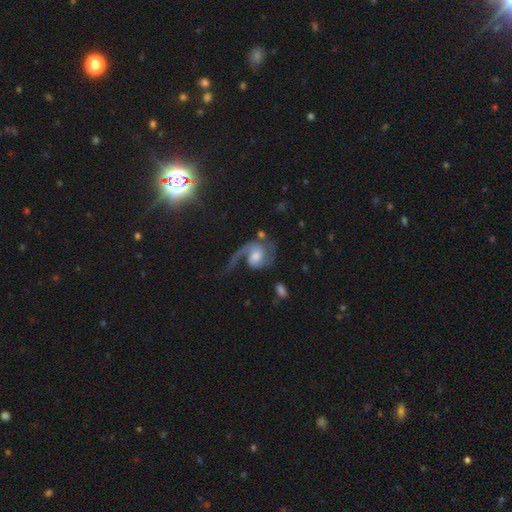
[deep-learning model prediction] Smooth or featured? featured or disk (84%)
Edge-on disk? no (98%)
Bar? no (60%)
Spiral arms? yes (96%)
Spiral winding? loose (46%)
Spiral arm count? 2 (56%)
Bulge size? moderate (52%)
Merging? none (42%)